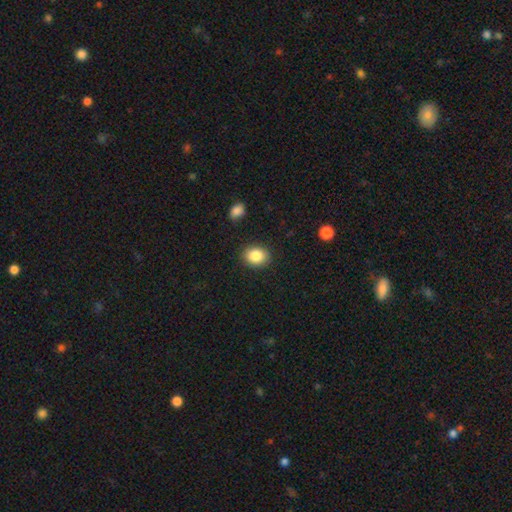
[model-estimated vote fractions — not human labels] smooth_or_featured: smooth (p=0.86) [alt: star or artifact p=0.09]
how_rounded: in between (p=0.55) [alt: round p=0.44]
merging: none (p=0.88) [alt: minor disturbance p=0.09]